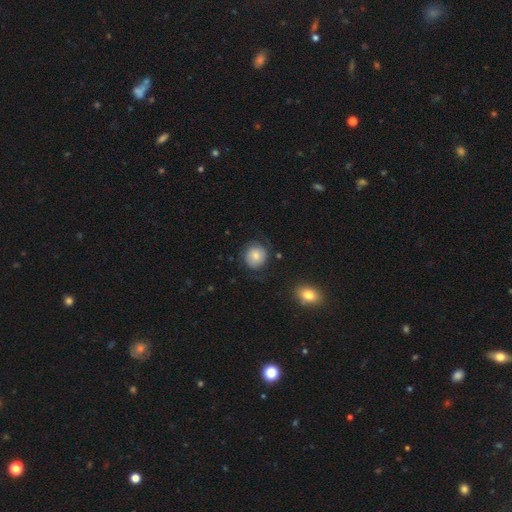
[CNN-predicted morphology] Q: Smooth or featured?
A: smooth (72%); runner-up: featured or disk (20%)
Q: How rounded?
A: round (85%); runner-up: in between (14%)
Q: Merging?
A: none (70%); runner-up: minor disturbance (19%)